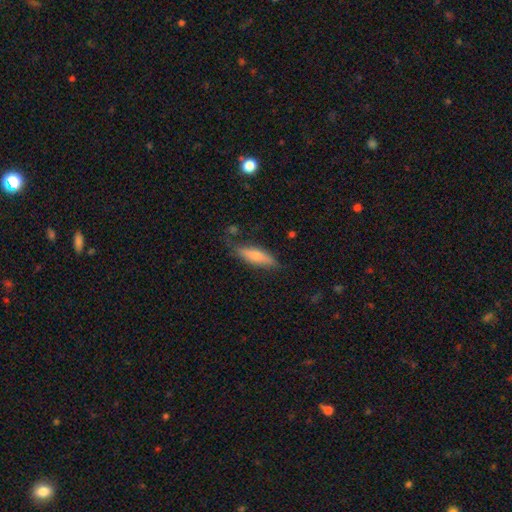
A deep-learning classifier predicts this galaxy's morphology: Smooth or featured: smooth — 69% (featured or disk — 25%)
How rounded: cigar-shaped — 55% (in between — 43%)
Merging: none — 69% (minor disturbance — 23%)